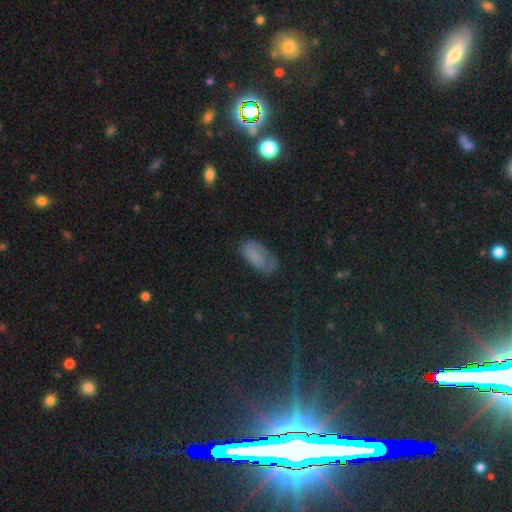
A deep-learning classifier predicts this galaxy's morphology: A smooth galaxy with no disk features (67%) that is in between round and cigar-shaped (92%). Merging: none (57%).